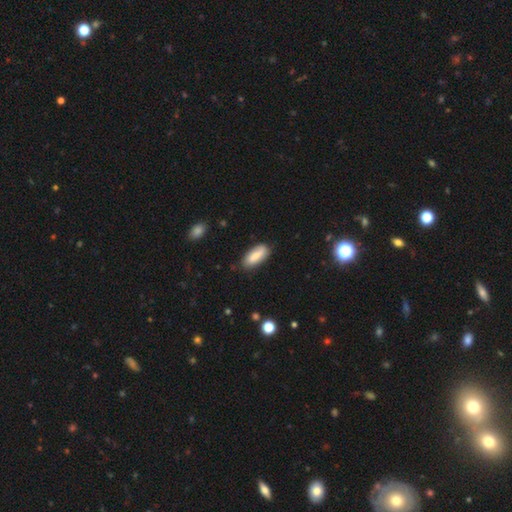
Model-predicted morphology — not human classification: Q: Smooth or featured?
A: smooth (76%); runner-up: featured or disk (17%)
Q: How rounded?
A: in between (80%); runner-up: cigar-shaped (18%)
Q: Merging?
A: none (77%); runner-up: minor disturbance (18%)